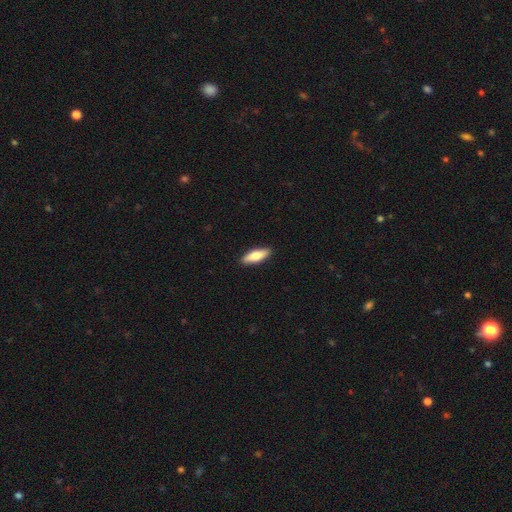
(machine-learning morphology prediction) smooth-or-featured: smooth: 71% | featured or disk: 23% | star or artifact: 5%
  how-rounded: in between: 54% | cigar-shaped: 43% | round: 2%
  merging: none: 91% | minor disturbance: 7% | major disturbance: 1% | merger: 1%